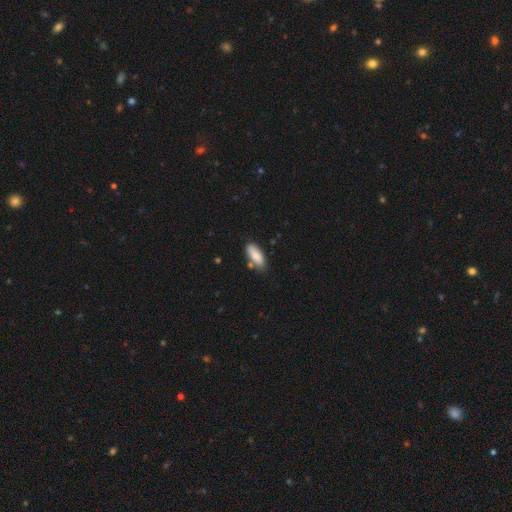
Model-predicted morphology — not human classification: type=smooth (83%); roundness=in between (79%); merging=none (73%).